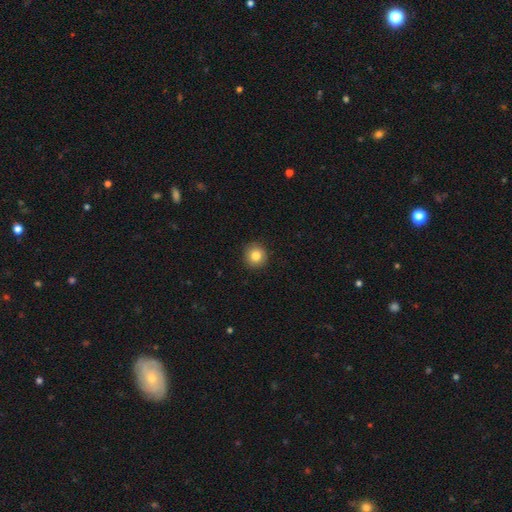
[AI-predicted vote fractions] smooth-or-featured: smooth: 82% | star or artifact: 10% | featured or disk: 8%
  how-rounded: round: 91% | in between: 8% | cigar-shaped: 1%
  merging: none: 91% | minor disturbance: 7% | major disturbance: 2% | merger: 1%